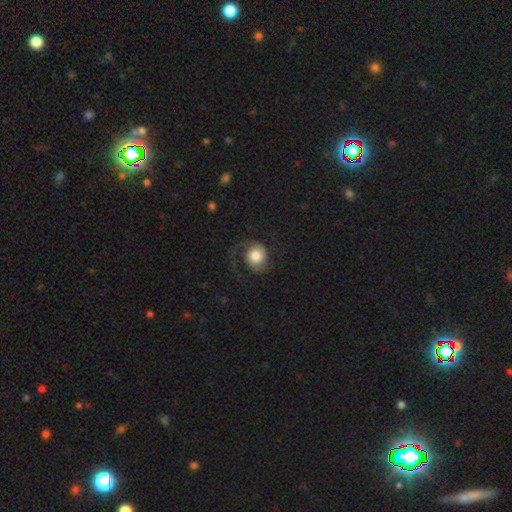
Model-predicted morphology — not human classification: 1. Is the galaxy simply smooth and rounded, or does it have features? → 47% featured or disk, 45% smooth, 8% star or artifact.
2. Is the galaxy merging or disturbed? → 58% none, 22% major disturbance, 18% minor disturbance, 2% merger.